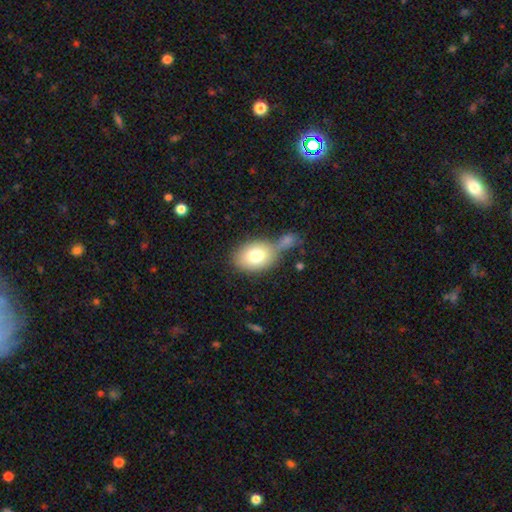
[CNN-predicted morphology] A smooth galaxy with no disk features (76%) that is in between round and cigar-shaped (72%). Merging: none (44%).